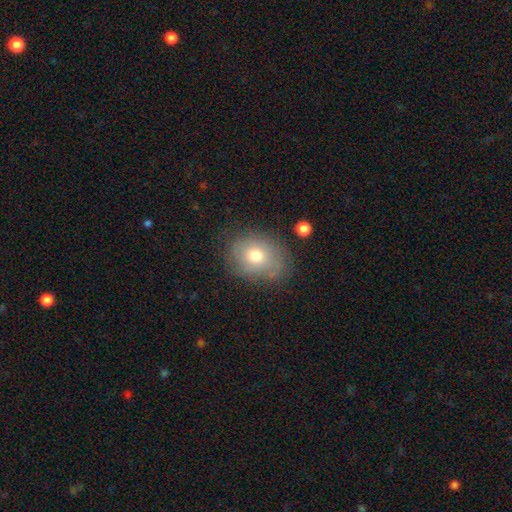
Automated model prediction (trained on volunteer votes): Q: Smooth or featured?
A: smooth (71%); runner-up: featured or disk (20%)
Q: How rounded?
A: in between (62%); runner-up: round (37%)
Q: Merging?
A: none (71%); runner-up: minor disturbance (20%)